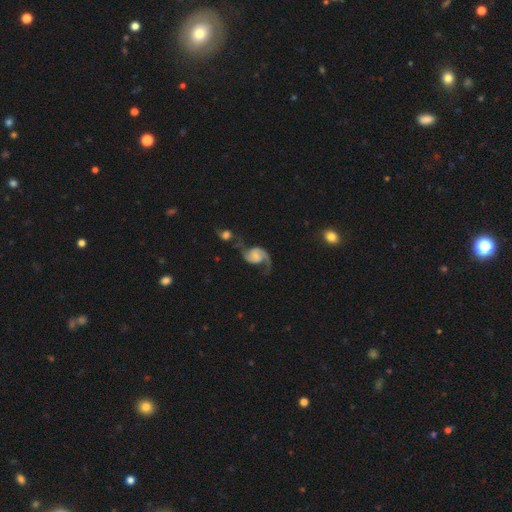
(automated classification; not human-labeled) Smooth or featured?
  - featured or disk: 87% *
  - smooth: 7%
  - star or artifact: 5%
Edge-on disk?
  - no: 98% *
  - yes: 2%
Bar?
  - no: 56% *
  - weak: 35%
  - strong: 9%
Spiral arms?
  - yes: 97% *
  - no: 3%
Spiral winding?
  - loose: 51% *
  - medium: 39%
  - tight: 10%
Spiral arm count?
  - 2: 87% *
  - 1: 8%
  - can't tell: 2%
  - 3: 1%
  - 4: 1%
  - more than 4: 1%
Bulge size?
  - small: 41% *
  - moderate: 25%
  - none: 25%
  - large: 8%
  - dominant: 2%
Merging?
  - none: 48% *
  - minor disturbance: 18%
  - merger: 17%
  - major disturbance: 17%